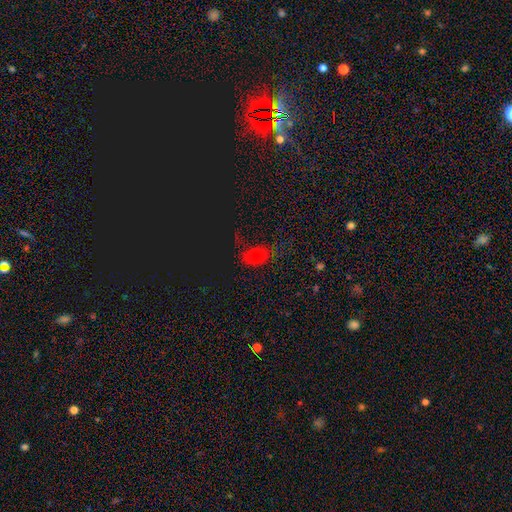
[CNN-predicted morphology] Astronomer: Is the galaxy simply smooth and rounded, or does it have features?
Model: smooth — 66%.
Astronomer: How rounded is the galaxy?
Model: in between — 61% (runner-up: round, 36%).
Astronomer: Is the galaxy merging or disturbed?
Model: none — 66%.